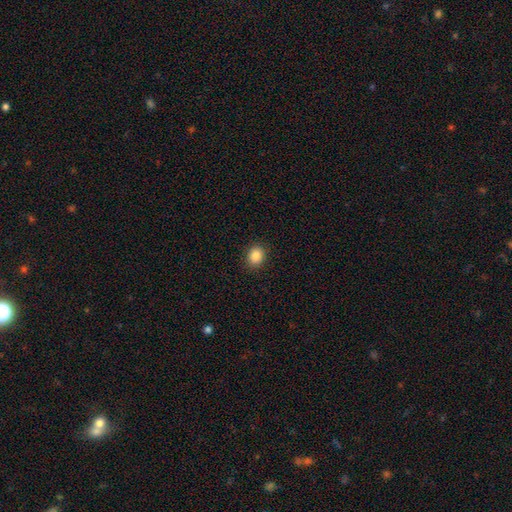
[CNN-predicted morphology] Overall: smooth (87%). How rounded: round (56%; in between 43%). Merging: none (90%).